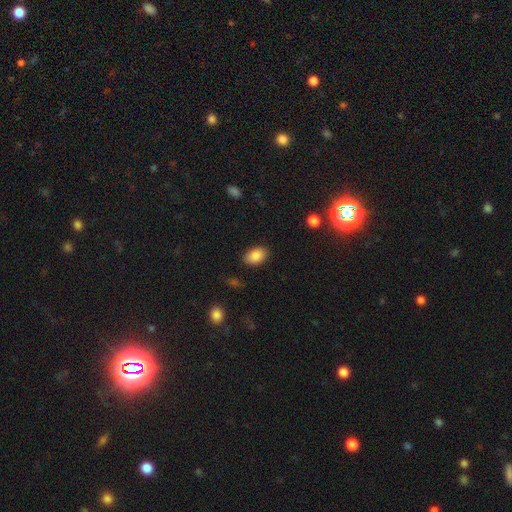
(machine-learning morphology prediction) This is clearly a smooth galaxy (88%). How rounded: clearly in between (89%). Merging: clearly none (86%).